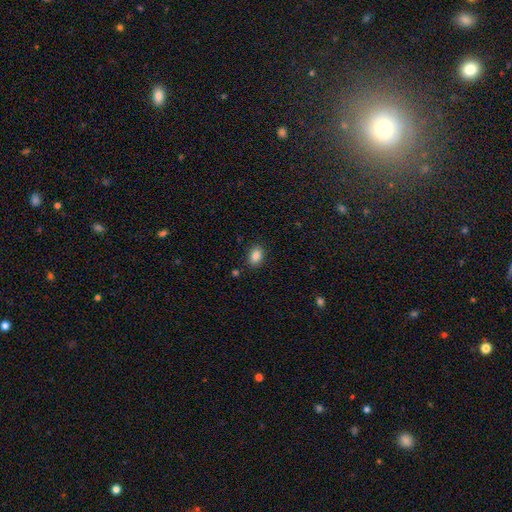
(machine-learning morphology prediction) Smooth or featured: smooth — 86% (star or artifact — 9%)
How rounded: in between — 79% (round — 19%)
Merging: none — 86% (minor disturbance — 10%)